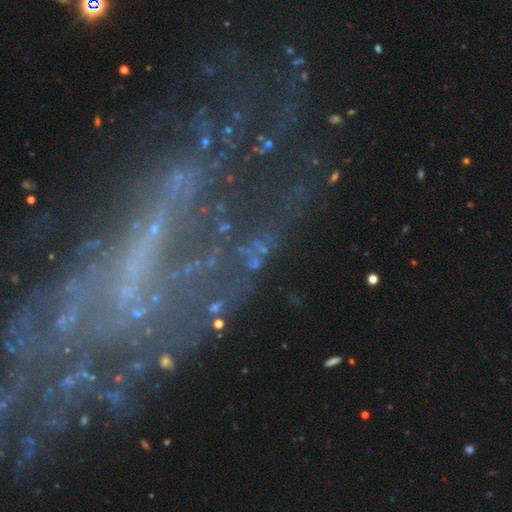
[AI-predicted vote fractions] Smooth or featured?
  - featured or disk: 50% *
  - star or artifact: 37%
  - smooth: 13%
Edge-on disk?
  - no: 85% *
  - yes: 15%
Merging?
  - none: 61% *
  - major disturbance: 18%
  - minor disturbance: 15%
  - merger: 5%